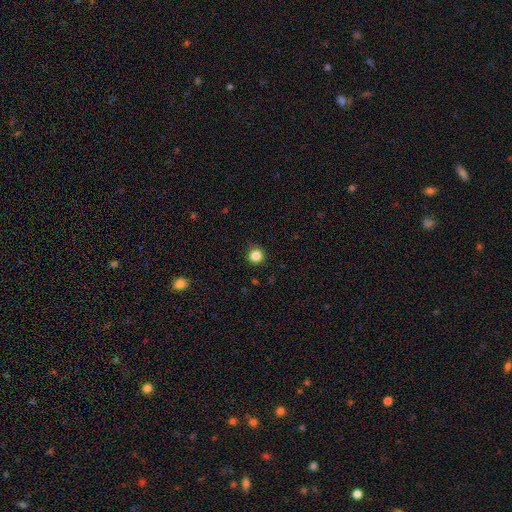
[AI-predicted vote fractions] This appears to be a smooth galaxy with no disk features (85%) that is round (95%). Merging: none (90%).